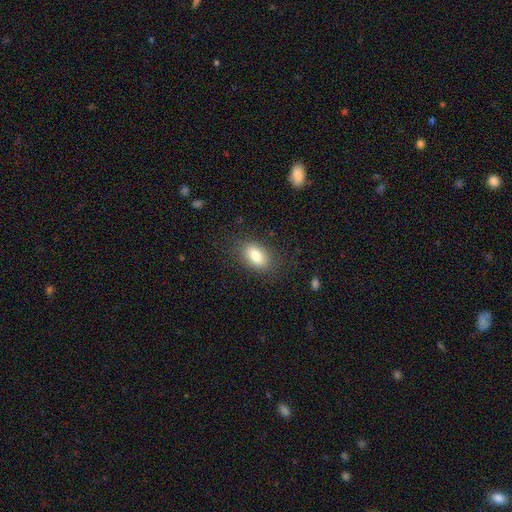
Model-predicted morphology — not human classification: Overall: smooth (82%). How rounded: in between (89%). Merging: none (82%).